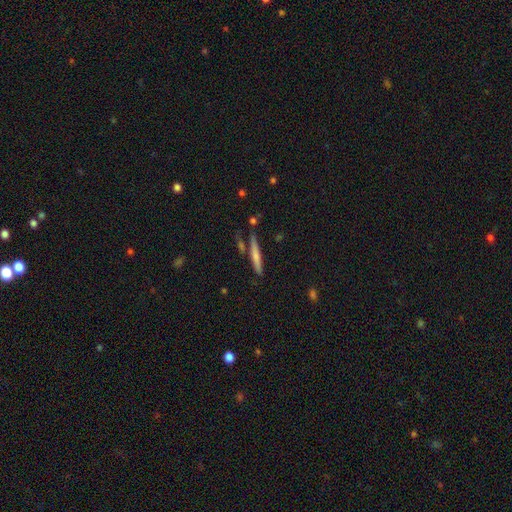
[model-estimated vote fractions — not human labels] smooth_or_featured: smooth (p=0.60) [alt: featured or disk p=0.34]
how_rounded: cigar-shaped (p=0.93) [alt: in between p=0.05]
merging: none (p=0.77) [alt: minor disturbance p=0.13]